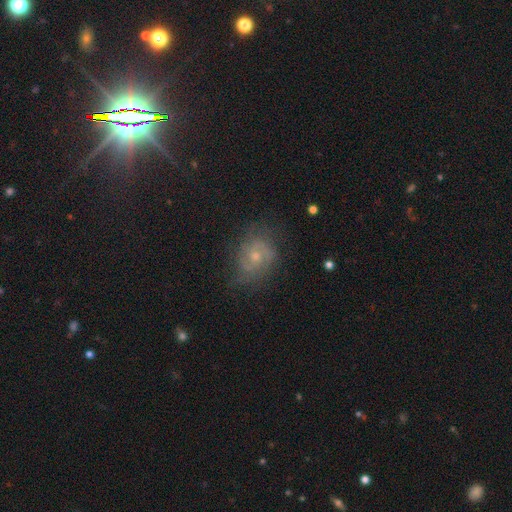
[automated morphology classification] A featured or disk galaxy (69%) with no bar (69%), 2 (61%) medium (44%) spiral arms (89%) and a small central bulge (48%). Merging: none (69%).